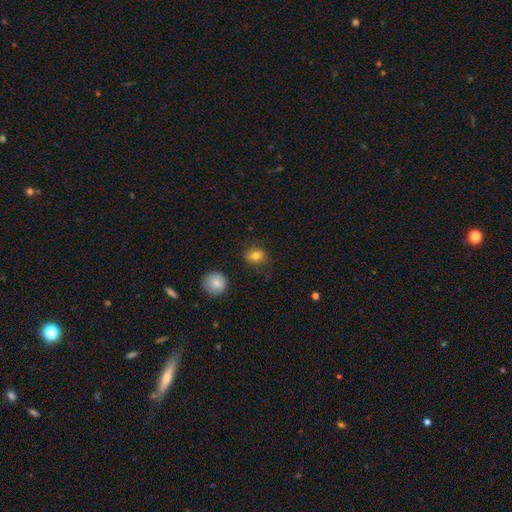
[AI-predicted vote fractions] The model was most divided on "how rounded": round: 63%, in between: 36%, cigar-shaped: 1%. More confident: merging — none (85%); smooth or featured — smooth (82%).